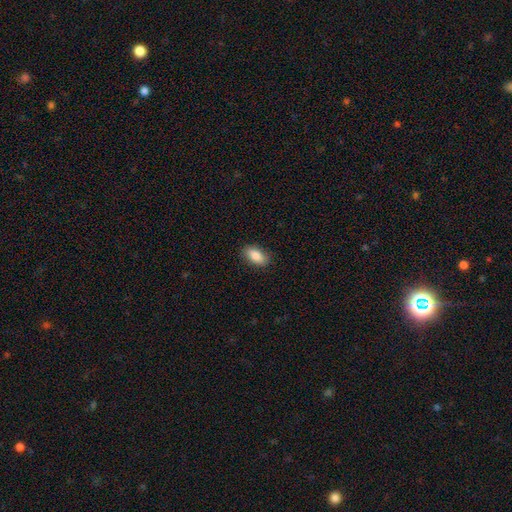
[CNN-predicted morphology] This is clearly a smooth galaxy (86%). How rounded: clearly in between (90%). Merging: clearly none (87%).